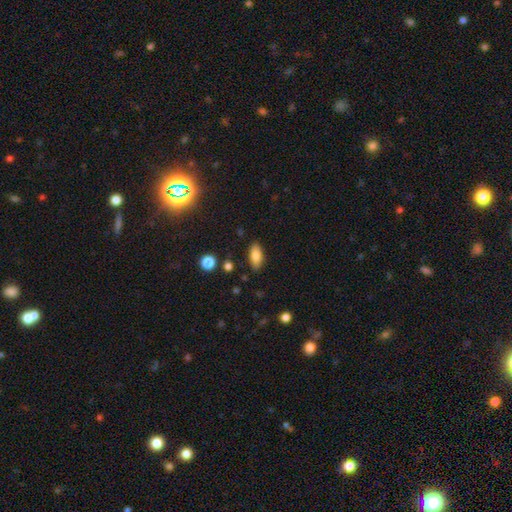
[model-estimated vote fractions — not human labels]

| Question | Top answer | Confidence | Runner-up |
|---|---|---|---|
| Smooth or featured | smooth | 82% | featured or disk (9%) |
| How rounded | in between | 86% | cigar-shaped (11%) |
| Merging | none | 85% | minor disturbance (11%) |